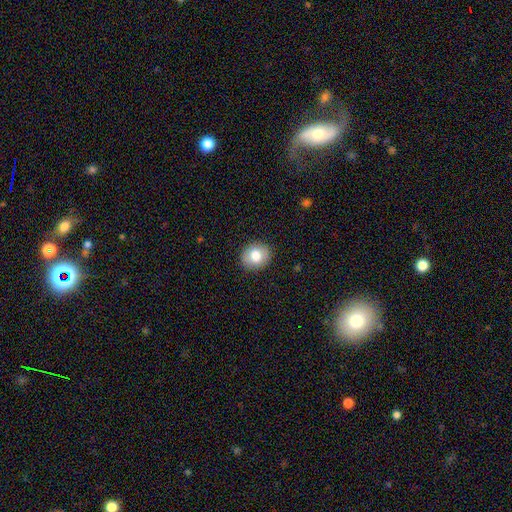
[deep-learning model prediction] Smooth or featured? Predicted: smooth (p=0.79). How rounded? Predicted: round (p=0.71). Merging? Predicted: none (p=0.90).